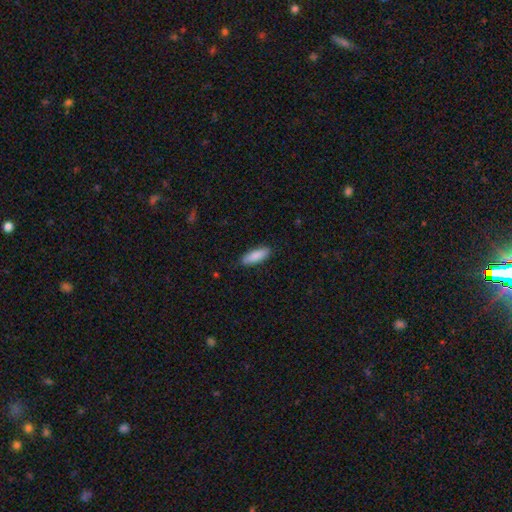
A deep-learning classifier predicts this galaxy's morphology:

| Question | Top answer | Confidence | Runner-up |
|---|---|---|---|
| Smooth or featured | smooth | 88% | featured or disk (7%) |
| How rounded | in between | 62% | cigar-shaped (36%) |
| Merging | none | 87% | minor disturbance (10%) |